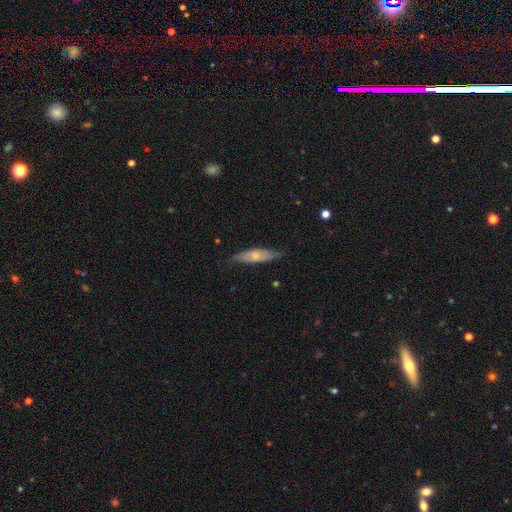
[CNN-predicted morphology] The model was most divided on "smooth or featured": smooth: 53%, featured or disk: 41%, star or artifact: 6%. More confident: merging — none (75%); how rounded — cigar-shaped (61%).